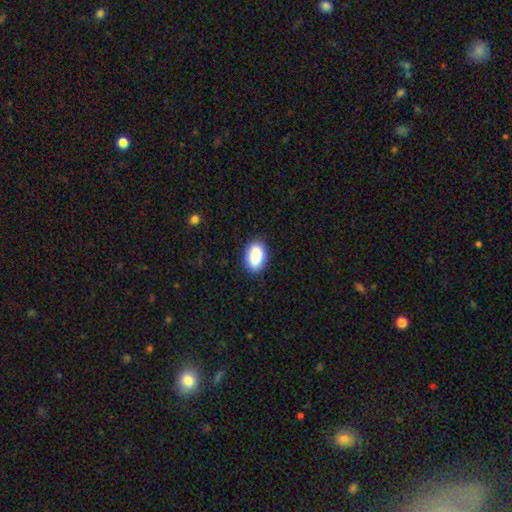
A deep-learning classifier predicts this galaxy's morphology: A smooth galaxy with no disk features (90%) that is in between round and cigar-shaped (90%).

Vote fractions:
- Smooth or featured? smooth: 90% / star or artifact: 7% / featured or disk: 4%
- How rounded? in between: 90% / round: 9% / cigar-shaped: 1%
- Merging? none: 87% / minor disturbance: 10% / major disturbance: 2% / merger: 1%